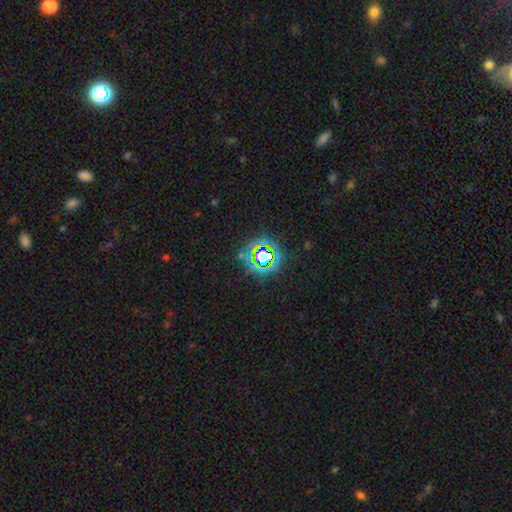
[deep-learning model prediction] A star or artifact, not a galaxy (76%).